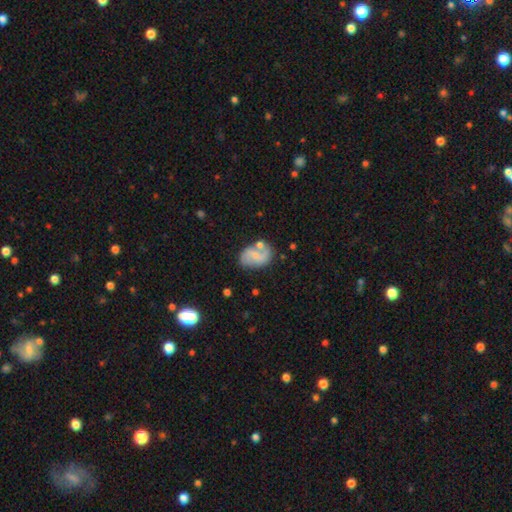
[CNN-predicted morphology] Smooth or featured? featured or disk (59%)
Edge-on disk? no (97%)
Bar? no (50%)
Spiral arms? yes (81%)
Bulge size? small (62%)
Merging? none (57%)